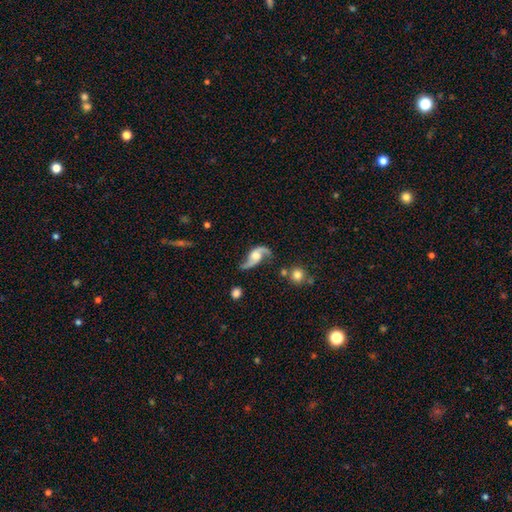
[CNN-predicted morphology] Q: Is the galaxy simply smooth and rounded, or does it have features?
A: featured or disk — 88%.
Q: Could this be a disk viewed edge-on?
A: no — 96%.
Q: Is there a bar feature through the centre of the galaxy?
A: no — 62%.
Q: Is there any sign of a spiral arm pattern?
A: yes — 96%.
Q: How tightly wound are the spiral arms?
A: loose — 80%.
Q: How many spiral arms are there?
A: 2 — 93%.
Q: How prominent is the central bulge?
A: moderate — 51%.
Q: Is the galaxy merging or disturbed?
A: none — 64%.